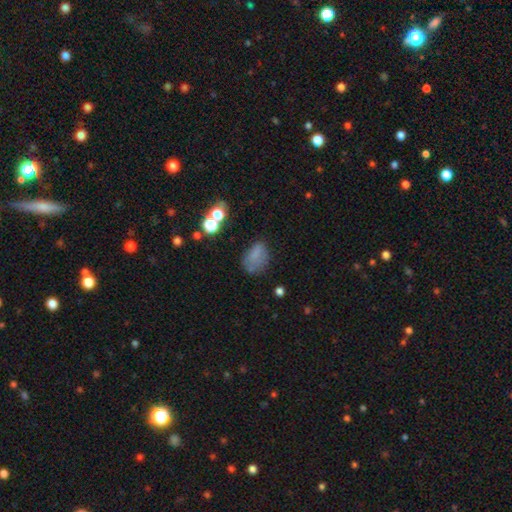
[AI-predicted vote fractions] Smooth or featured? Predicted: smooth (p=0.69). How rounded? Predicted: in between (p=0.73). Merging? Predicted: none (p=0.51).